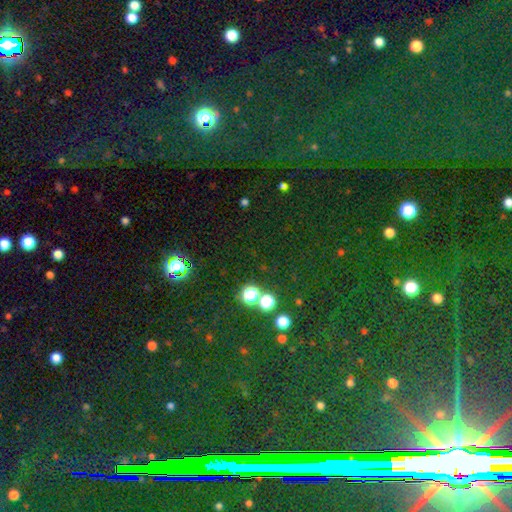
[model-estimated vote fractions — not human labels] Morphology: type=star or artifact (75%).